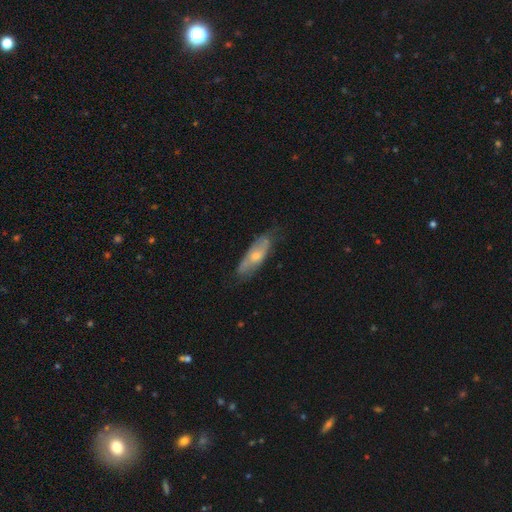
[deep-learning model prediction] Overall: featured or disk (51%; smooth 42%). Edge-on disk: no (63%; yes 37%). Merging: none (70%).